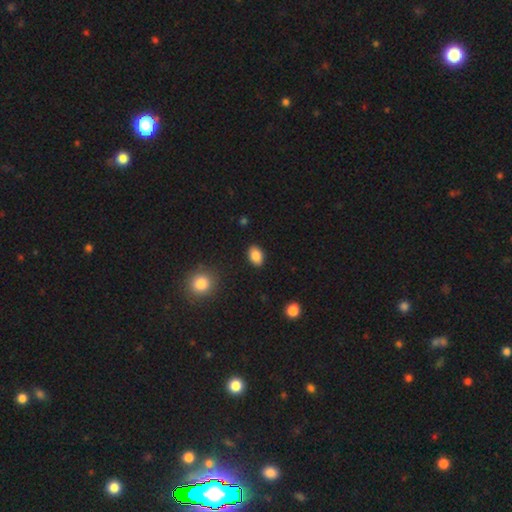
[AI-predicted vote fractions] Smooth or featured?
  - smooth: 87% *
  - star or artifact: 9%
  - featured or disk: 4%
How rounded?
  - in between: 83% *
  - round: 16%
  - cigar-shaped: 1%
Merging?
  - none: 89% *
  - minor disturbance: 8%
  - major disturbance: 2%
  - merger: 1%